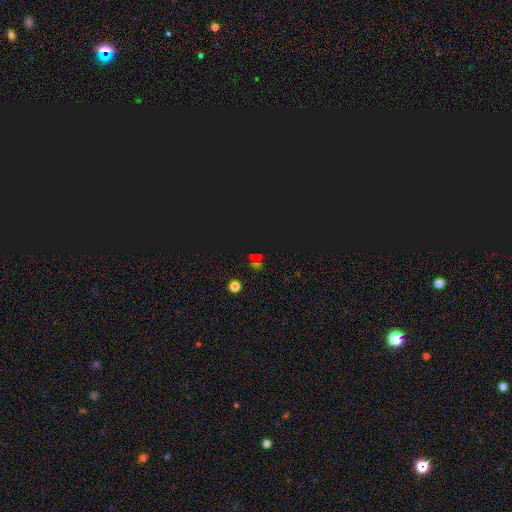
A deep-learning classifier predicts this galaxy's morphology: Overall: star or artifact (65%; smooth 25%).